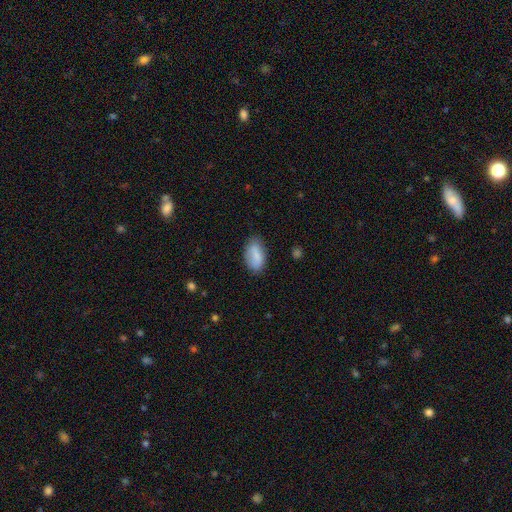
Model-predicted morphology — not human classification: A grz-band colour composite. It shows a smooth galaxy with no disk features (81%) that is in between round and cigar-shaped (93%). Merging: none (75%).